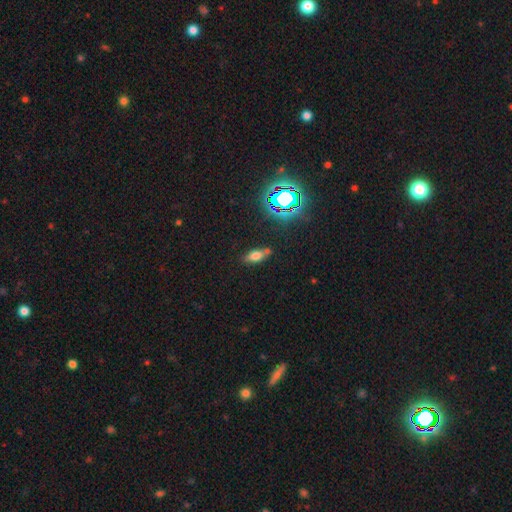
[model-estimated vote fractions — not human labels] Smooth or featured?
  - smooth: 62% *
  - star or artifact: 19%
  - featured or disk: 19%
How rounded?
  - in between: 74% *
  - cigar-shaped: 20%
  - round: 6%
Merging?
  - none: 70% *
  - minor disturbance: 16%
  - merger: 10%
  - major disturbance: 4%